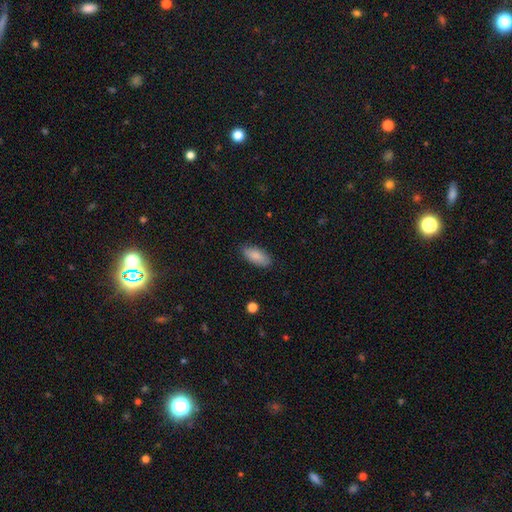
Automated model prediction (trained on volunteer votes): smooth-or-featured: smooth: 86% | featured or disk: 8% | star or artifact: 6%
  how-rounded: in between: 86% | cigar-shaped: 12% | round: 2%
  merging: none: 84% | minor disturbance: 12% | major disturbance: 3% | merger: 1%